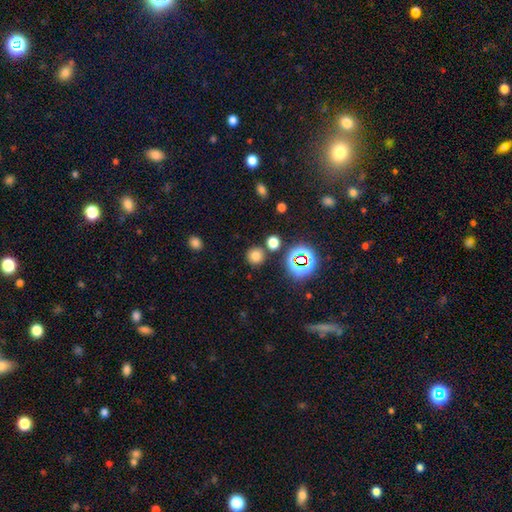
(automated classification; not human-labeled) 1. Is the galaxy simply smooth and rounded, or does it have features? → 71% smooth, 22% star or artifact, 7% featured or disk.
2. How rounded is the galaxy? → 92% round, 7% in between, 1% cigar-shaped.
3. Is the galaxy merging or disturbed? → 82% none, 9% merger, 7% minor disturbance, 3% major disturbance.